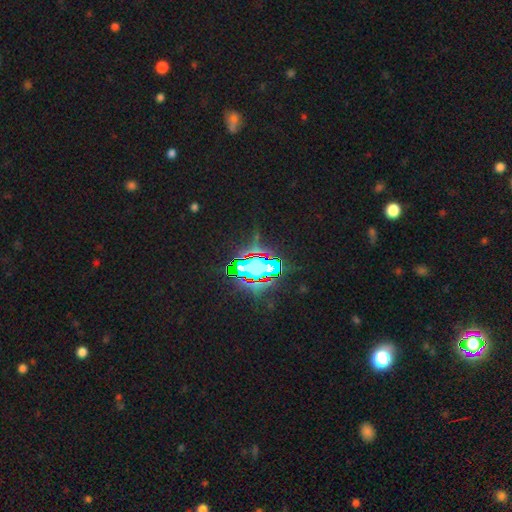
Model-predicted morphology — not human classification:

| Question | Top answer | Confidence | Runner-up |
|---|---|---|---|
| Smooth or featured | star or artifact | 81% | smooth (11%) |